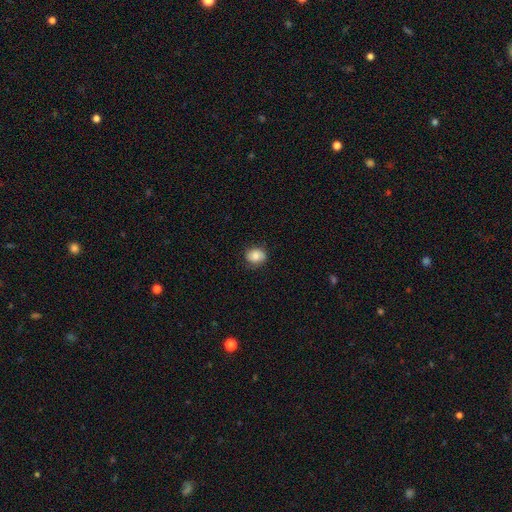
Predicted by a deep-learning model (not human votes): smooth_or_featured: smooth (p=0.77) [alt: featured or disk p=0.14]
how_rounded: round (p=0.59) [alt: in between p=0.40]
merging: none (p=0.78) [alt: minor disturbance p=0.17]